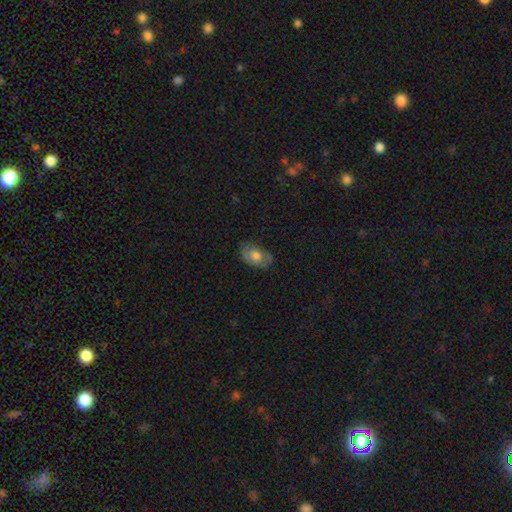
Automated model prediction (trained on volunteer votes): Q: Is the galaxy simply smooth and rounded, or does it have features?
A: smooth — 54%.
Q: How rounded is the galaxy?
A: in between — 84%.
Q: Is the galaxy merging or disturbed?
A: none — 71%.